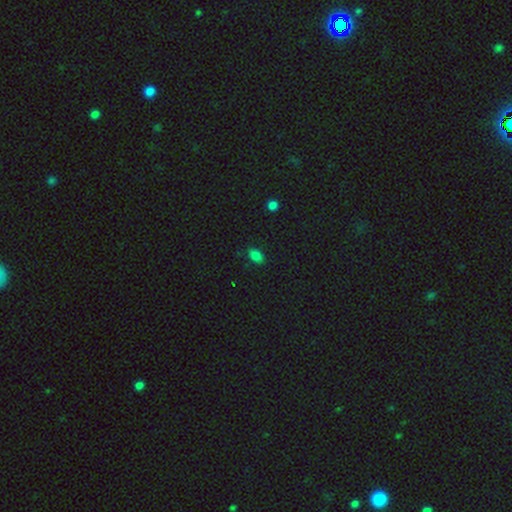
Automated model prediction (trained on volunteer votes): smooth 80%, star or artifact 15%, featured or disk 5%. Down the decision tree: how rounded — in between (87%); merging — none (84%).